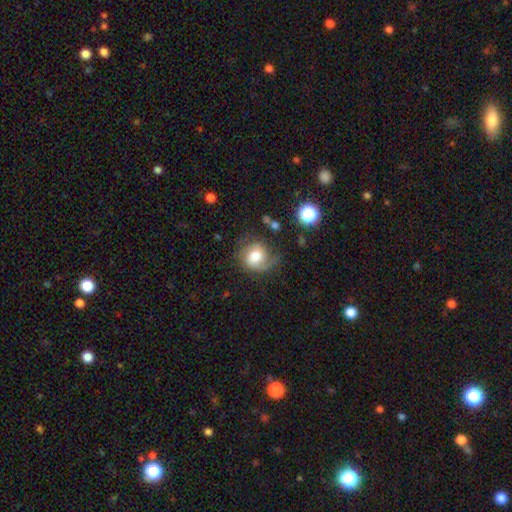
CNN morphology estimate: This appears to be a smooth galaxy with no disk features (54%) that is round (74%). Merging: none (51%).